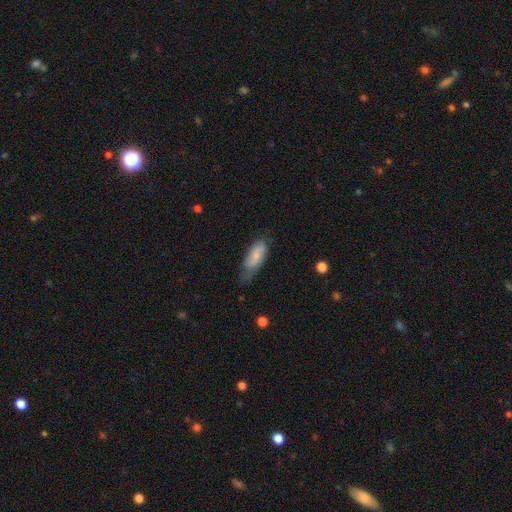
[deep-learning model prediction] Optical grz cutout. It shows a smooth galaxy with no disk features (71%) that is in between round and cigar-shaped (75%). Merging: none (47%).